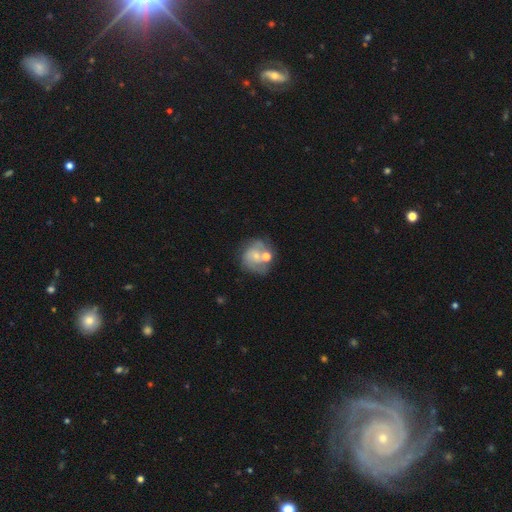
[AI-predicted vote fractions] The model was most divided on "merging": none: 46%, merger: 26%, minor disturbance: 17%, major disturbance: 11%. More confident: edge-on disk — no (98%); spiral arms — yes (71%); bar — no (69%); smooth or featured — featured or disk (57%); bulge size — small (54%).